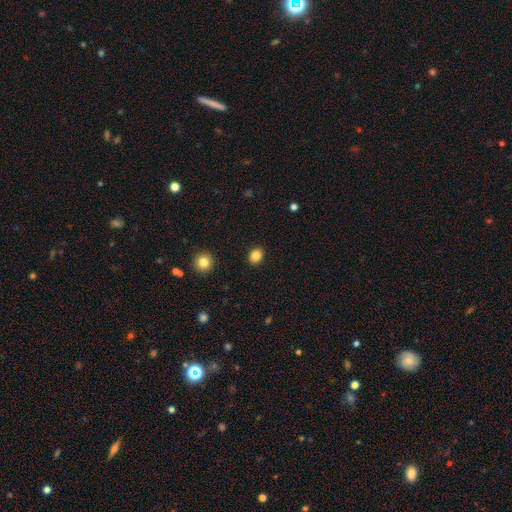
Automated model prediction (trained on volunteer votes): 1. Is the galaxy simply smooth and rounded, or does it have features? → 85% smooth, 11% star or artifact, 5% featured or disk.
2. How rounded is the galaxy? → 56% round, 43% in between, 1% cigar-shaped.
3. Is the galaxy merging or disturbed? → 90% none, 6% minor disturbance, 2% major disturbance, 1% merger.